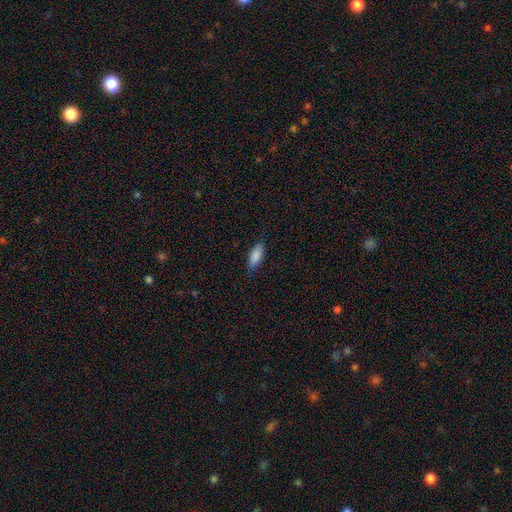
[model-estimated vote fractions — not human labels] smooth-or-featured: smooth: 86% | featured or disk: 7% | star or artifact: 6%
  how-rounded: in between: 78% | cigar-shaped: 20% | round: 2%
  merging: none: 81% | minor disturbance: 15% | major disturbance: 3% | merger: 1%